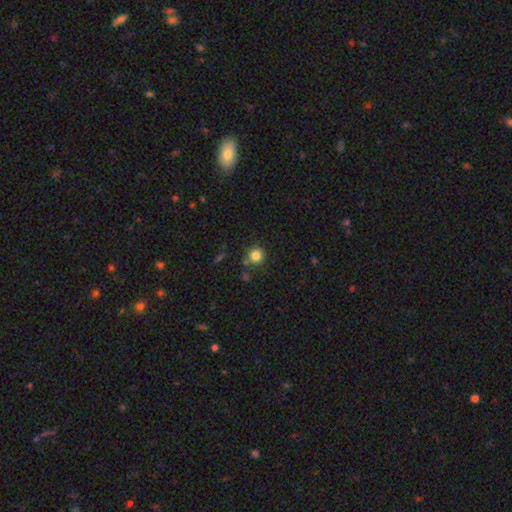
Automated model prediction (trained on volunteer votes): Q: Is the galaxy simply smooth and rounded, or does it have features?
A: smooth — 83%.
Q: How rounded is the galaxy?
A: round — 93%.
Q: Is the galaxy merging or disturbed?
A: none — 79%.